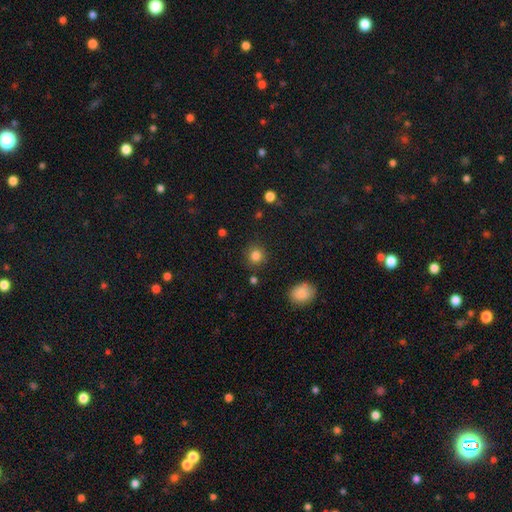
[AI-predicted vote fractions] smooth-or-featured: smooth: 84% | star or artifact: 12% | featured or disk: 5%
  how-rounded: round: 89% | in between: 10% | cigar-shaped: 1%
  merging: none: 87% | minor disturbance: 8% | major disturbance: 3% | merger: 3%